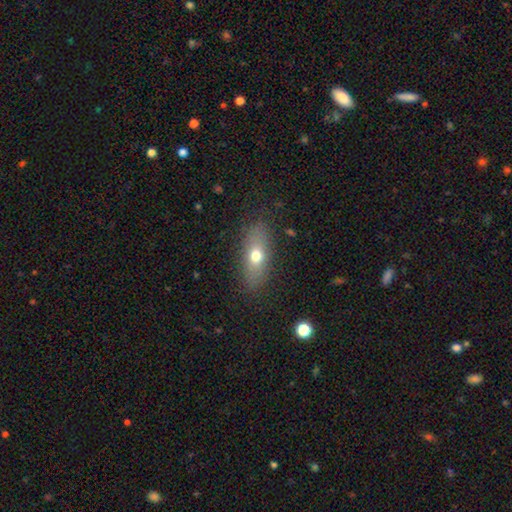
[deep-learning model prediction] The model was most divided on "smooth or featured": smooth: 67%, featured or disk: 24%, star or artifact: 10%. More confident: merging — none (83%); how rounded — in between (72%).